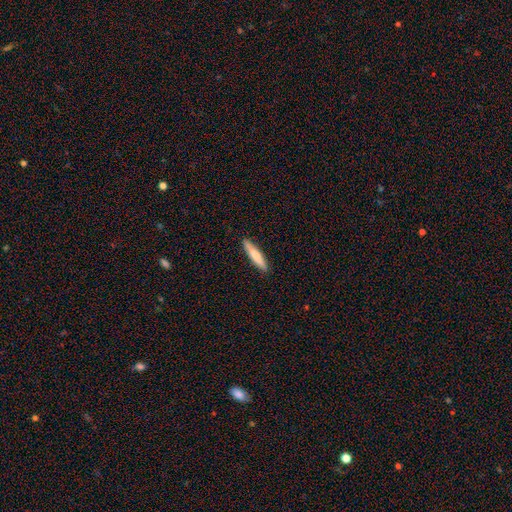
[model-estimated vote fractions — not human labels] Smooth or featured?
  - smooth: 75% *
  - featured or disk: 20%
  - star or artifact: 5%
How rounded?
  - cigar-shaped: 88% *
  - in between: 11%
  - round: 1%
Merging?
  - none: 89% *
  - minor disturbance: 8%
  - major disturbance: 2%
  - merger: 1%